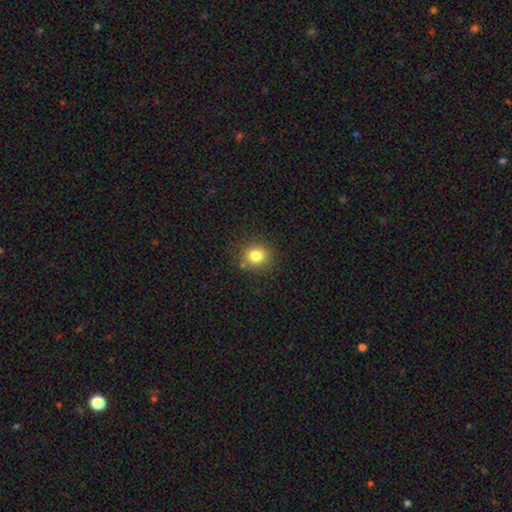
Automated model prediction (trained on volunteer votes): A smooth galaxy with no disk features (81%) that is round (87%). Merging: none (85%).